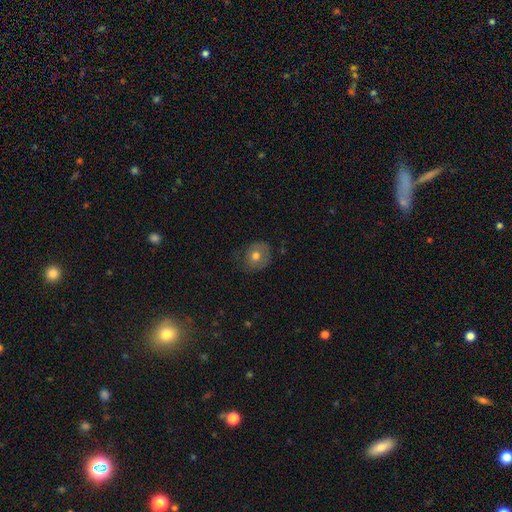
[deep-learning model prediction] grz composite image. It shows a smooth galaxy with no disk features (61%) that is round (71%). Merging: none (68%).